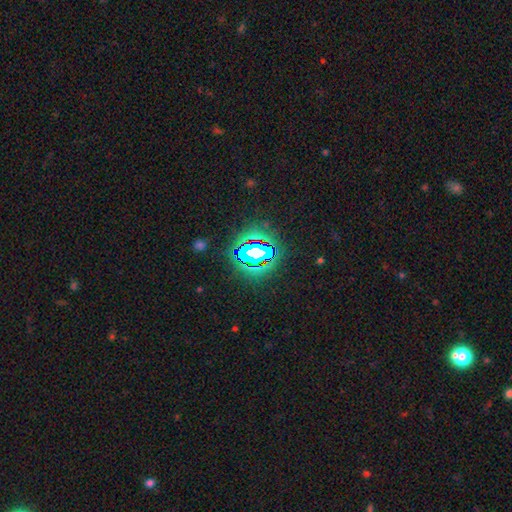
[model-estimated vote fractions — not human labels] A star or artifact, not a galaxy (71%).

Vote fractions:
- Smooth or featured? star or artifact: 71% / smooth: 15% / featured or disk: 13%